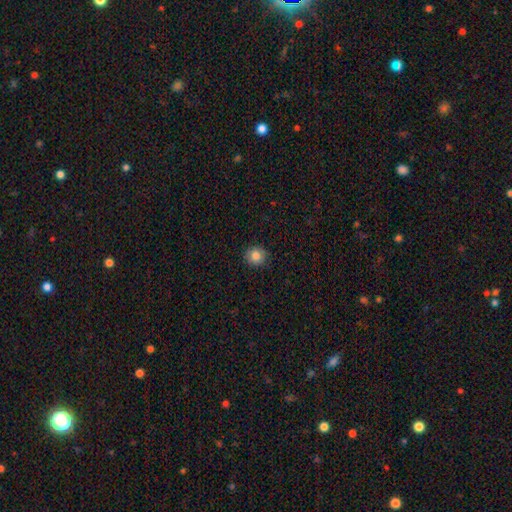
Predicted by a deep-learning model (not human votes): Smooth or featured: smooth — 84% (star or artifact — 10%)
How rounded: round — 91% (in between — 9%)
Merging: none — 90% (minor disturbance — 7%)